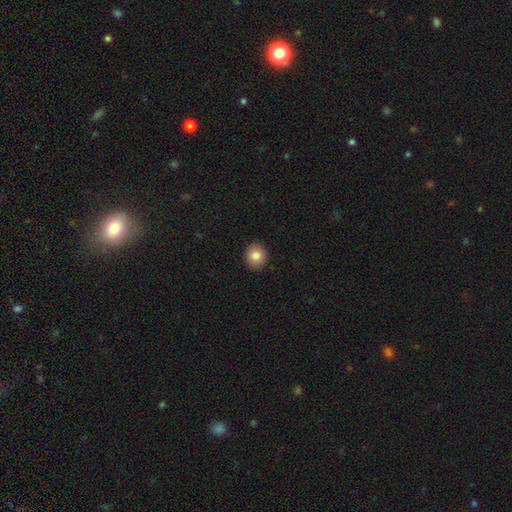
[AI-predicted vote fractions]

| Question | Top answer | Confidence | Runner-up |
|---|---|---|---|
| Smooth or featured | smooth | 83% | star or artifact (9%) |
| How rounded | round | 83% | in between (16%) |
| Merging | none | 92% | minor disturbance (6%) |